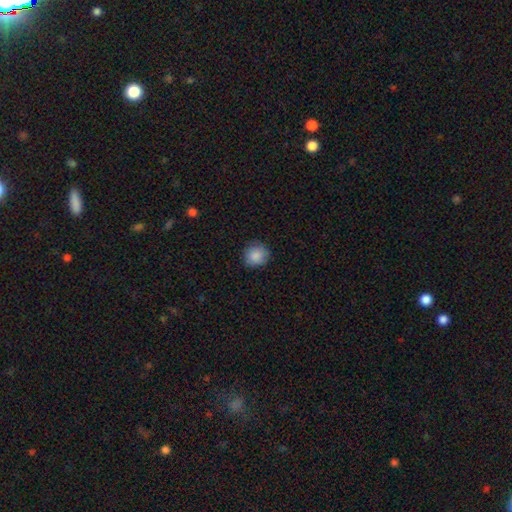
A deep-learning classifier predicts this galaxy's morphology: Smooth or featured? Predicted: smooth (p=0.87). How rounded? Predicted: round (p=0.90). Merging? Predicted: none (p=0.85).